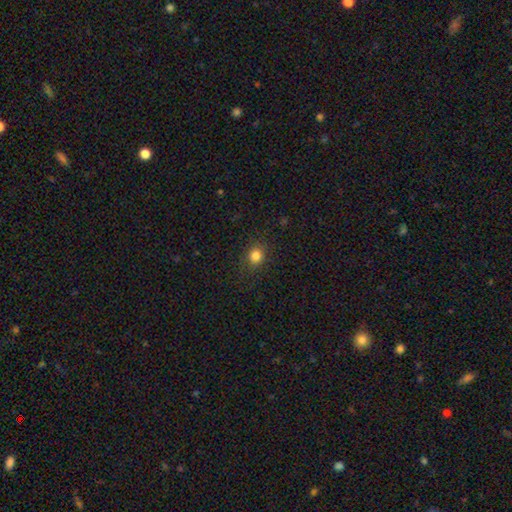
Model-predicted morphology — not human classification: smooth_or_featured: smooth (p=0.82) [alt: star or artifact p=0.13]
how_rounded: round (p=0.79) [alt: in between p=0.21]
merging: none (p=0.86) [alt: minor disturbance p=0.10]